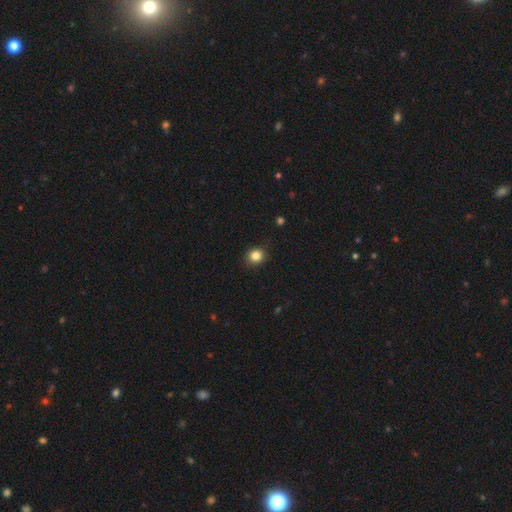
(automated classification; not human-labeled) The model was most divided on "how rounded": round: 74%, in between: 25%, cigar-shaped: 1%. More confident: merging — none (88%); smooth or featured — smooth (84%).